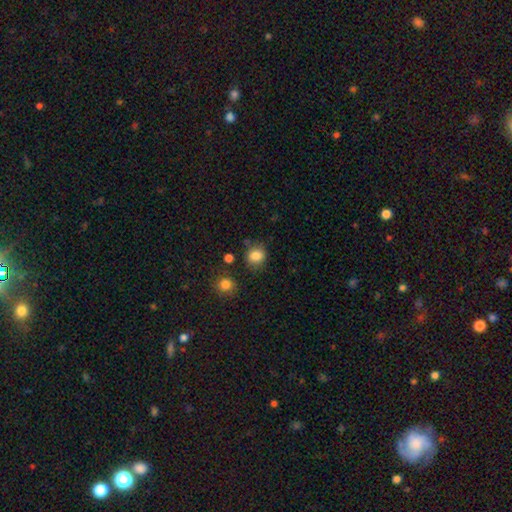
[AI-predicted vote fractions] Overall: smooth (84%). How rounded: round (70%). Merging: none (76%).